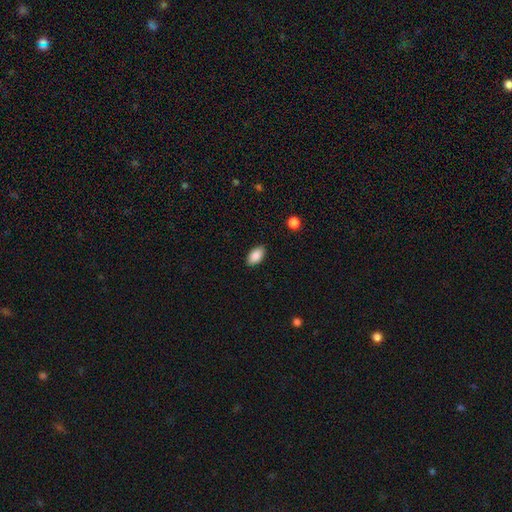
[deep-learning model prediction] Smooth or featured? smooth (88%)
How rounded? in between (94%)
Merging? none (88%)